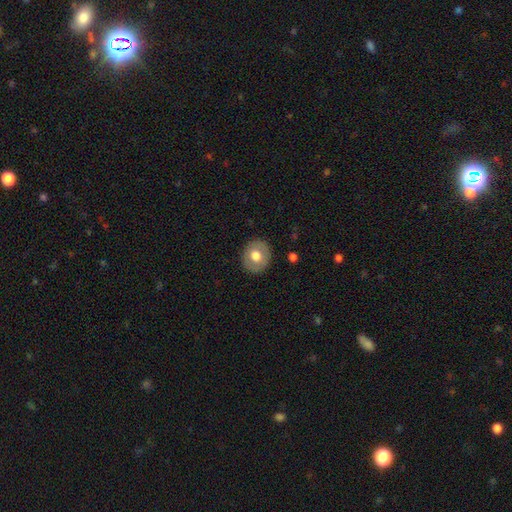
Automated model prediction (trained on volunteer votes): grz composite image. It shows a smooth galaxy with no disk features (66%) that is round (75%). Merging: none (89%).